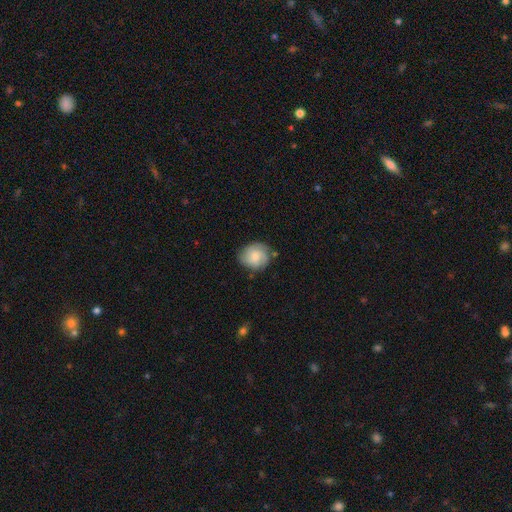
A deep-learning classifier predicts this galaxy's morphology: Smooth or featured? smooth (60%)
How rounded? round (72%)
Merging? none (70%)